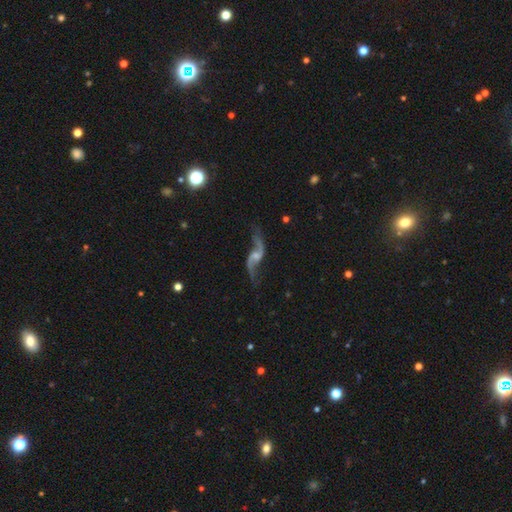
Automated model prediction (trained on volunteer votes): Q: Smooth or featured?
A: featured or disk (89%); runner-up: star or artifact (6%)
Q: Edge-on disk?
A: no (95%); runner-up: yes (5%)
Q: Bar?
A: weak (44%); runner-up: no (43%)
Q: Spiral arms?
A: yes (96%); runner-up: no (4%)
Q: Spiral winding?
A: loose (91%); runner-up: medium (7%)
Q: Spiral arm count?
A: 2 (93%); runner-up: 1 (2%)
Q: Bulge size?
A: small (46%); runner-up: none (27%)
Q: Merging?
A: none (71%); runner-up: minor disturbance (16%)